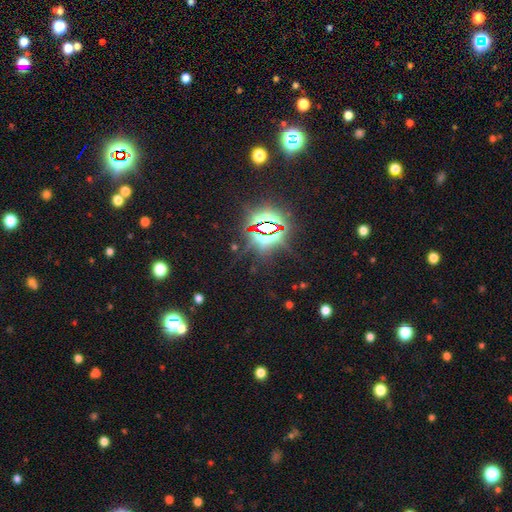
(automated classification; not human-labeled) star or artifact 83%, smooth 10%, featured or disk 7%.